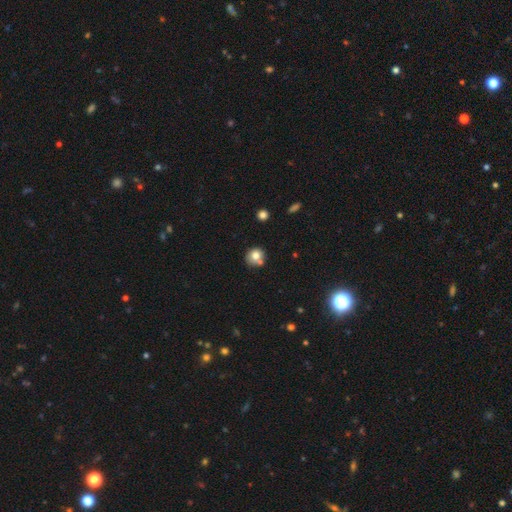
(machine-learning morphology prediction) Smooth or featured? Predicted: smooth (p=0.76). How rounded? Predicted: round (p=0.87). Merging? Predicted: none (p=0.63).